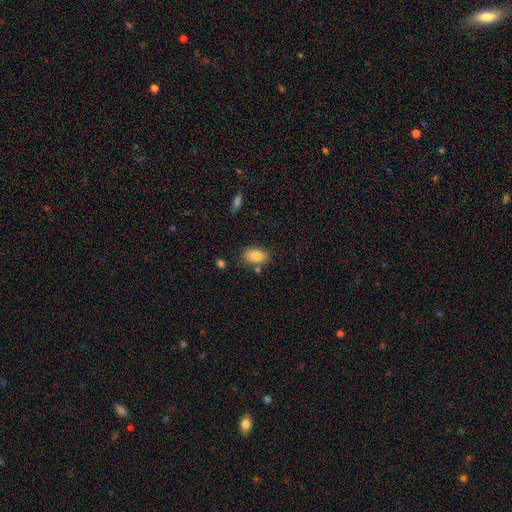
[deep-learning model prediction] Smooth or featured? Predicted: smooth (p=0.84). How rounded? Predicted: in between (p=0.89). Merging? Predicted: none (p=0.78).